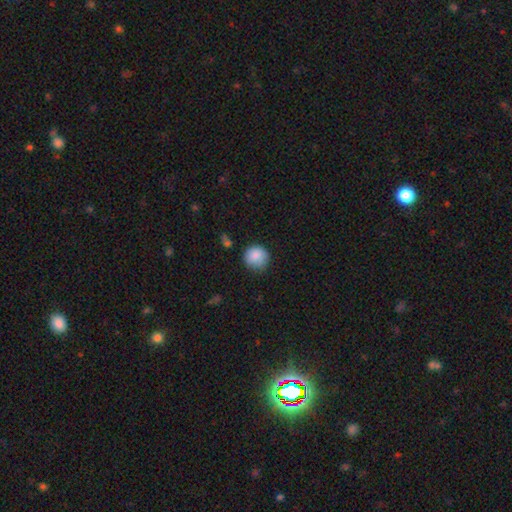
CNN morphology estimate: A smooth galaxy with no disk features (87%) that is round (90%).

Vote fractions:
- Smooth or featured? smooth: 87% / star or artifact: 8% / featured or disk: 5%
- How rounded? round: 90% / in between: 9% / cigar-shaped: 1%
- Merging? none: 78% / minor disturbance: 17% / major disturbance: 4% / merger: 2%